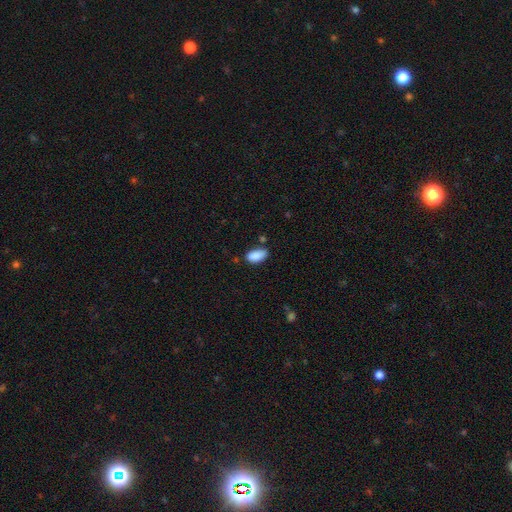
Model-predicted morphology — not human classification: The model was most divided on "merging": none: 70%, minor disturbance: 21%, merger: 5%, major disturbance: 4%. More confident: how rounded — in between (92%); smooth or featured — smooth (88%).